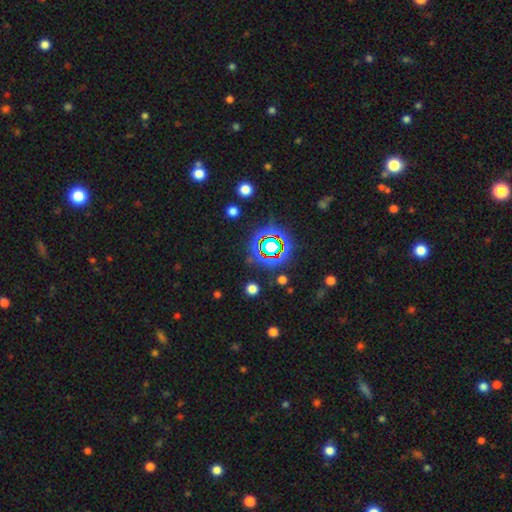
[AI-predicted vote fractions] Morphology: type=star or artifact (61%).